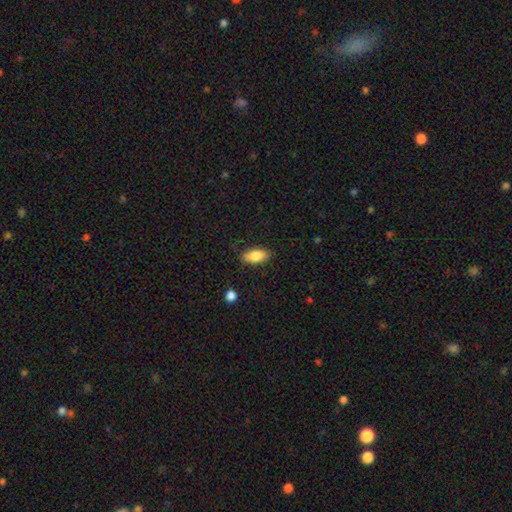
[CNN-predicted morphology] Smooth or featured? Predicted: smooth (p=0.80). How rounded? Predicted: in between (p=0.83). Merging? Predicted: none (p=0.85).